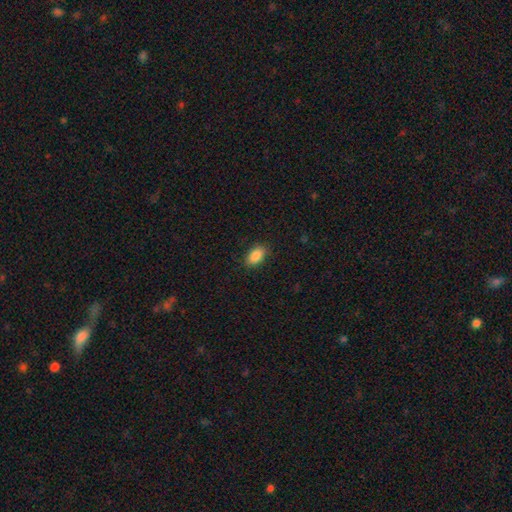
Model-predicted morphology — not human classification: smooth-or-featured: smooth: 89% | star or artifact: 8% | featured or disk: 4%
  how-rounded: in between: 90% | round: 8% | cigar-shaped: 2%
  merging: none: 87% | minor disturbance: 10% | major disturbance: 2% | merger: 1%